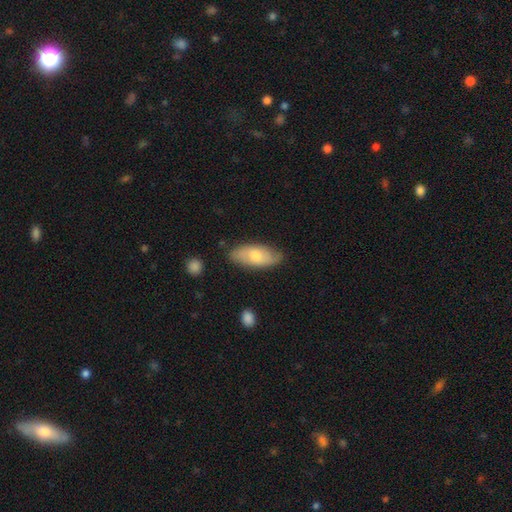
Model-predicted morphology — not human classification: Smooth or featured?
  - smooth: 61% *
  - featured or disk: 34%
  - star or artifact: 6%
How rounded?
  - in between: 86% *
  - cigar-shaped: 11%
  - round: 3%
Merging?
  - none: 79% *
  - minor disturbance: 17%
  - major disturbance: 3%
  - merger: 2%